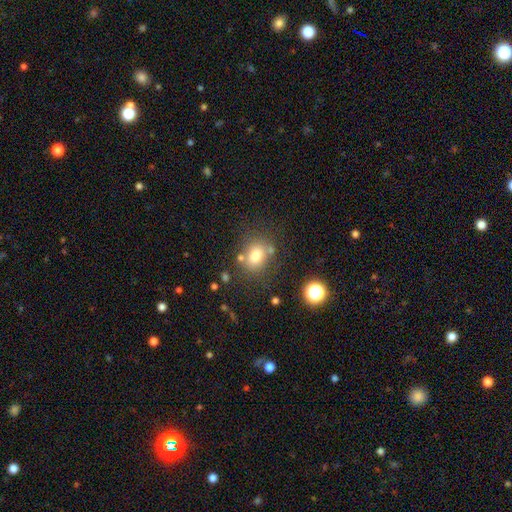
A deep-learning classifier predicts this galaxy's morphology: type=smooth (76%); roundness=in between (50%); merging=none (70%).